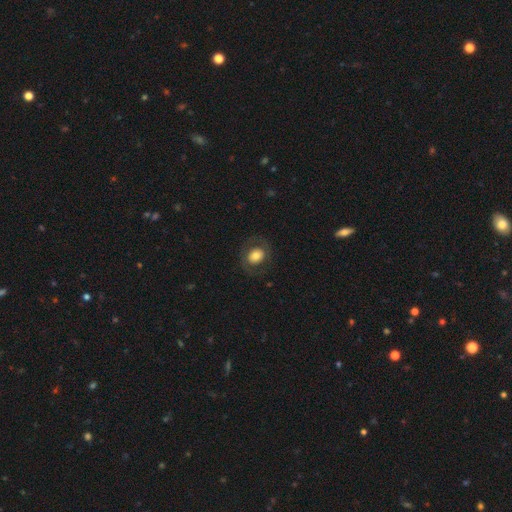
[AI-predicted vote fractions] This appears to be a smooth galaxy with no disk features (64%) that is round (54%). Merging: none (78%).